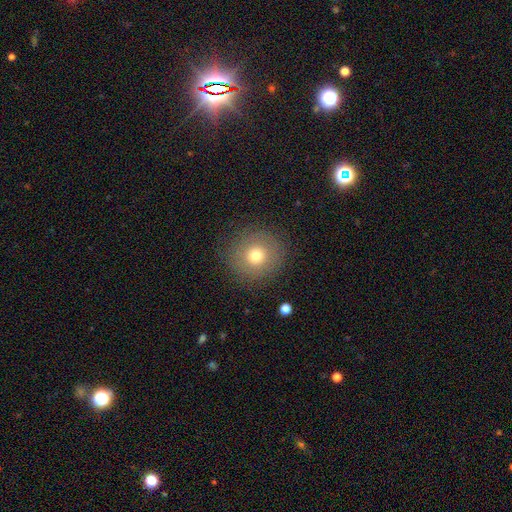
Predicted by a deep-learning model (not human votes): smooth_or_featured: smooth (p=0.70) [alt: featured or disk p=0.17]
how_rounded: round (p=0.94) [alt: in between p=0.05]
merging: none (p=0.86) [alt: minor disturbance p=0.09]